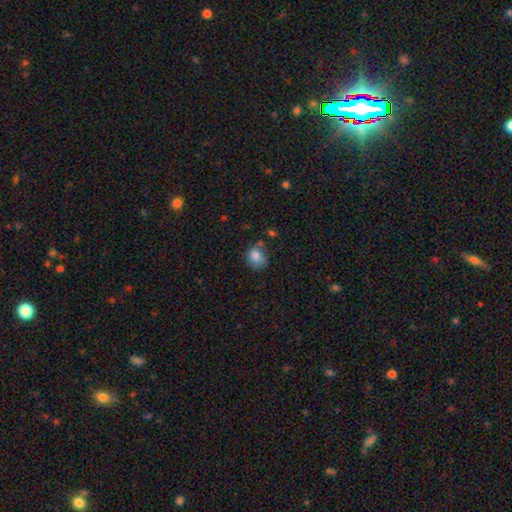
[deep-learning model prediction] Smooth or featured: smooth — 82% (star or artifact — 10%)
How rounded: round — 64% (in between — 35%)
Merging: none — 62% (minor disturbance — 24%)